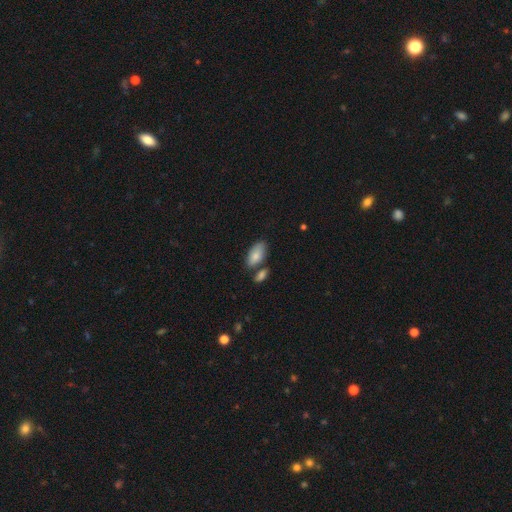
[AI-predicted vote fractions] smooth 81%, featured or disk 12%, star or artifact 7%. Down the decision tree: how rounded — in between (92%); merging — none (61%).